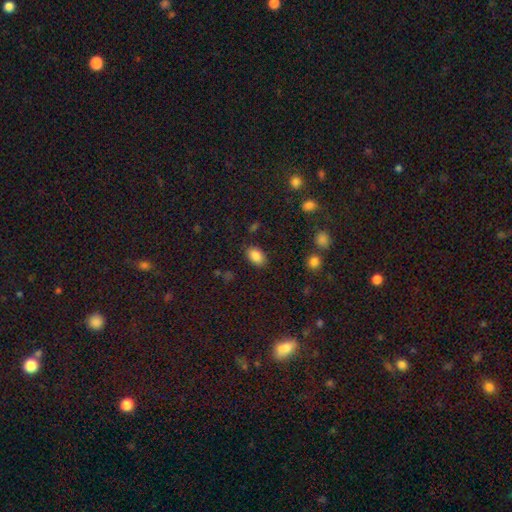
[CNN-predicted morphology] smooth 85%, star or artifact 9%, featured or disk 6%. Down the decision tree: how rounded — in between (88%); merging — none (84%).